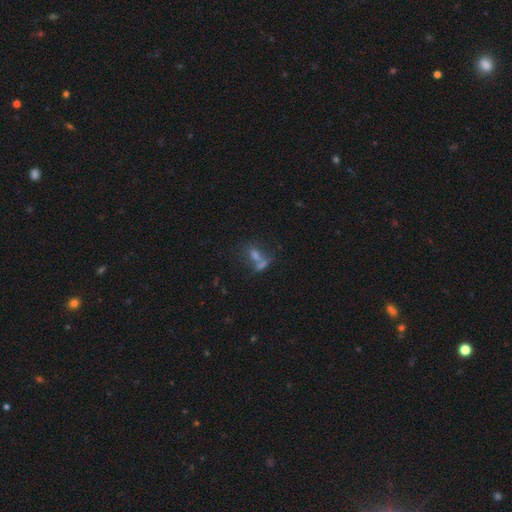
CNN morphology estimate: This appears to be a smooth galaxy with no disk features (52%) that is in between round and cigar-shaped (63%). Merging: merger (46%).